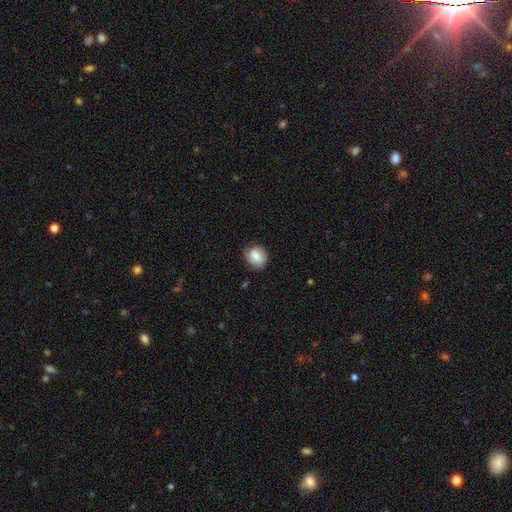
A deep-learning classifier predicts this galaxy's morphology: type=smooth (75%); roundness=round (70%); merging=none (71%).